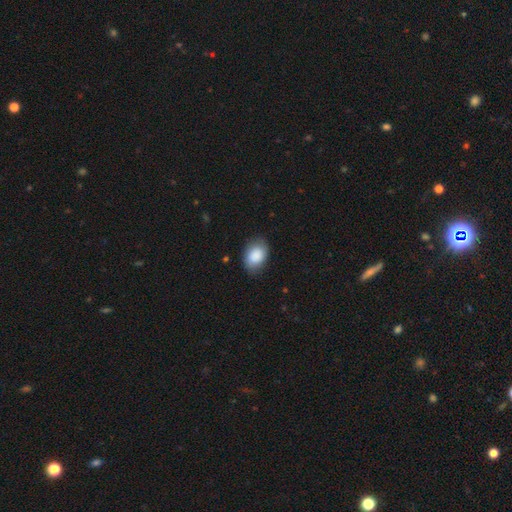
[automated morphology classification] Q: Smooth or featured?
A: smooth (87%); runner-up: featured or disk (7%)
Q: How rounded?
A: in between (80%); runner-up: round (19%)
Q: Merging?
A: none (77%); runner-up: minor disturbance (17%)